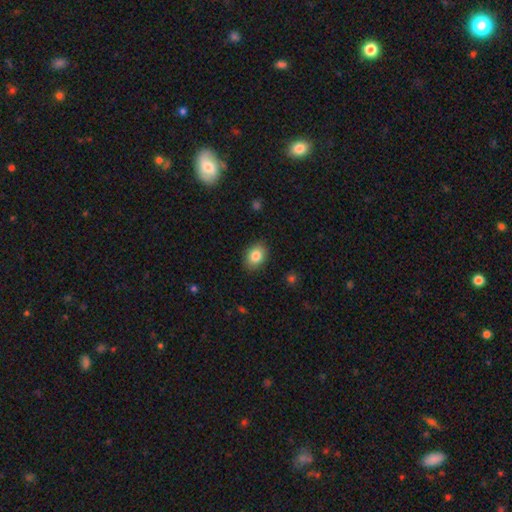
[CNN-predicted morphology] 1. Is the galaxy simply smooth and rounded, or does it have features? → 84% smooth, 8% star or artifact, 8% featured or disk.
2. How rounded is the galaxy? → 69% in between, 30% round, 1% cigar-shaped.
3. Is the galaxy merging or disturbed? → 88% none, 9% minor disturbance, 2% major disturbance, 1% merger.